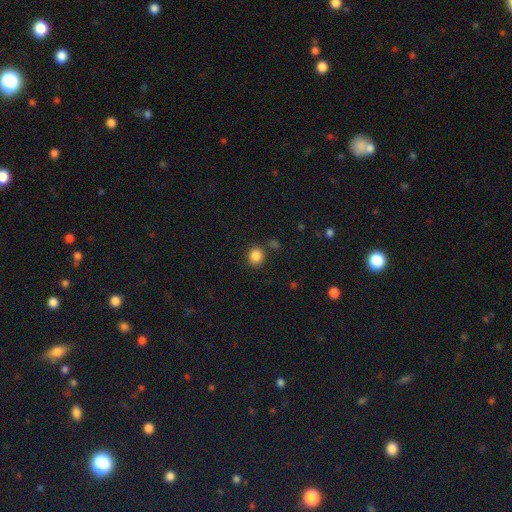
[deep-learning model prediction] Morphology: type=smooth (85%); roundness=round (80%); merging=none (82%).